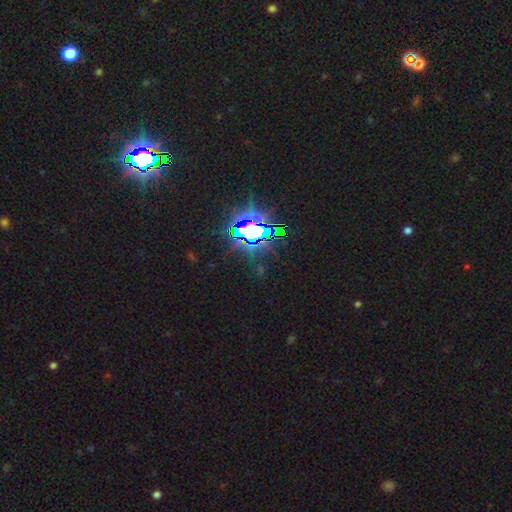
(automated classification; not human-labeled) Smooth or featured? star or artifact (84%)